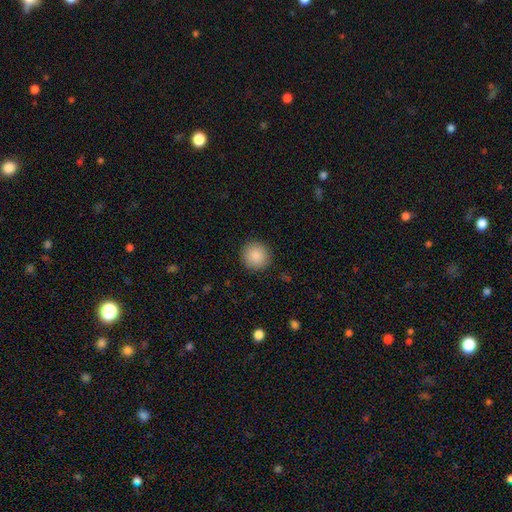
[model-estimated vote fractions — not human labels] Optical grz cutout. It shows a smooth galaxy with no disk features (88%) that is round (94%). Merging: none (91%).